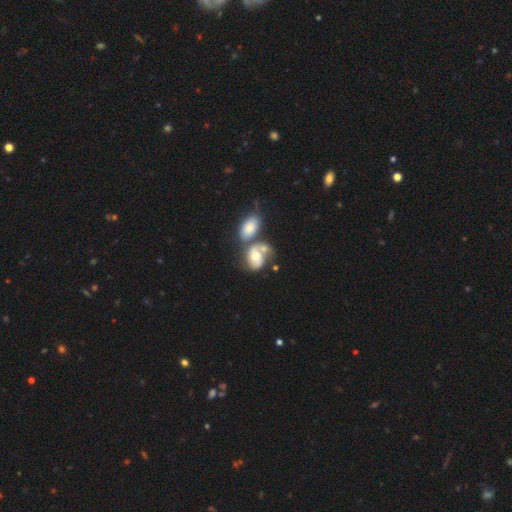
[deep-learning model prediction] smooth_or_featured: featured or disk (p=0.56) [alt: smooth p=0.37]
disk_edge_on: no (p=0.96) [alt: yes p=0.04]
bar: no (p=0.67) [alt: weak p=0.26]
has_spiral_arms: yes (p=0.79) [alt: no p=0.21]
bulge_size: moderate (p=0.60) [alt: small p=0.17]
merging: merger (p=0.56) [alt: none p=0.23]